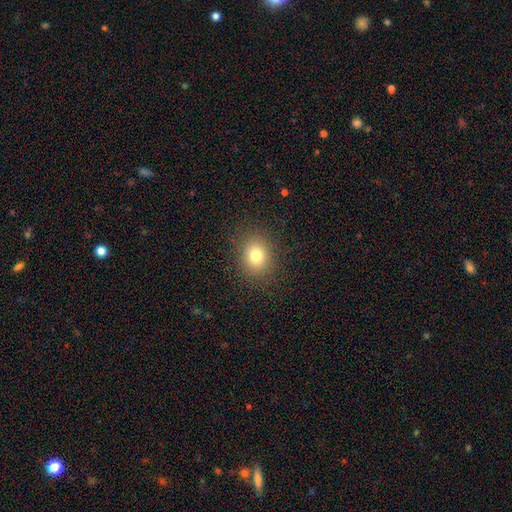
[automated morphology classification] Smooth or featured: smooth — 79% (star or artifact — 13%)
How rounded: round — 59% (in between — 40%)
Merging: none — 88% (minor disturbance — 8%)